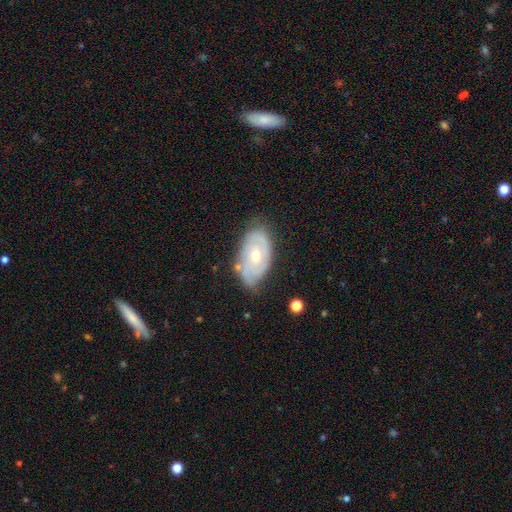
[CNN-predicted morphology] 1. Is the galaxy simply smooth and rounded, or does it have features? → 72% featured or disk, 22% smooth, 6% star or artifact.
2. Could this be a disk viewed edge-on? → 94% no, 6% yes.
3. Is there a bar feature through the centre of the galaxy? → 68% no, 26% weak, 5% strong.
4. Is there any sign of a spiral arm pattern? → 81% yes, 19% no.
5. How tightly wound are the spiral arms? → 60% tight, 30% medium, 10% loose.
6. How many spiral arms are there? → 44% 2, 35% can't tell, 11% 3, 5% 1, 3% 4, 2% more than 4.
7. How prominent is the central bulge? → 58% moderate, 39% small, 2% large, 1% none, 1% dominant.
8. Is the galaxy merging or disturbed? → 65% none, 25% minor disturbance, 6% major disturbance, 3% merger.